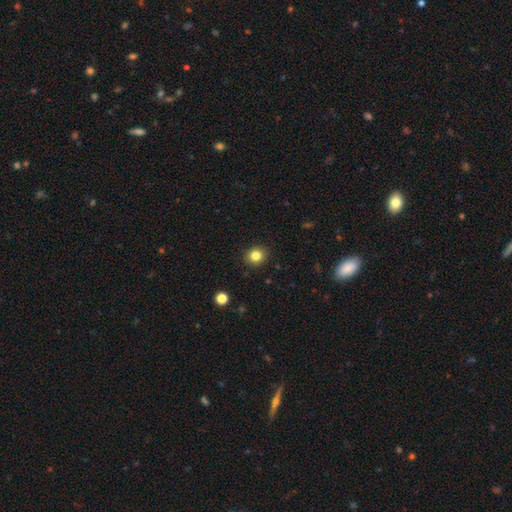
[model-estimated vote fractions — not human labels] smooth 83%, star or artifact 12%, featured or disk 6%. Down the decision tree: how rounded — round (78%); merging — none (91%).